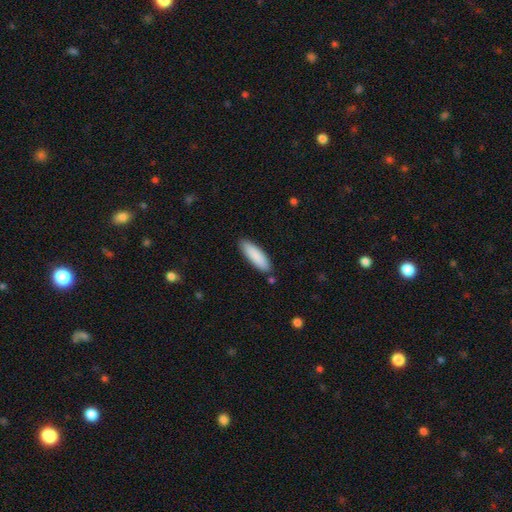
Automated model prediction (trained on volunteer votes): Morphology: type=smooth (88%); roundness=cigar-shaped (58%); merging=none (86%).